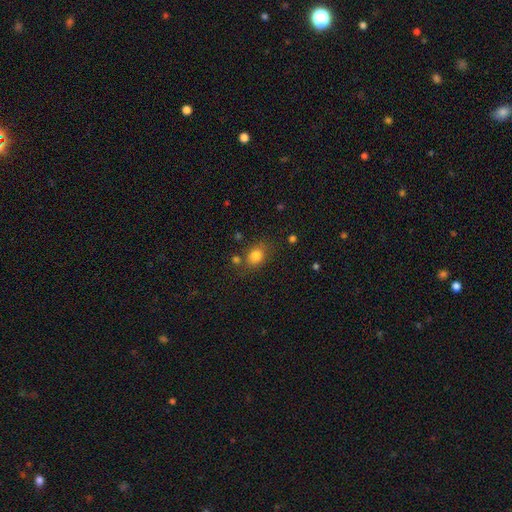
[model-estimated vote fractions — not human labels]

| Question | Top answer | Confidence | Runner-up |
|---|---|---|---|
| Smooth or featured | smooth | 81% | star or artifact (11%) |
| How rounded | in between | 55% | round (44%) |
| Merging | none | 70% | minor disturbance (16%) |